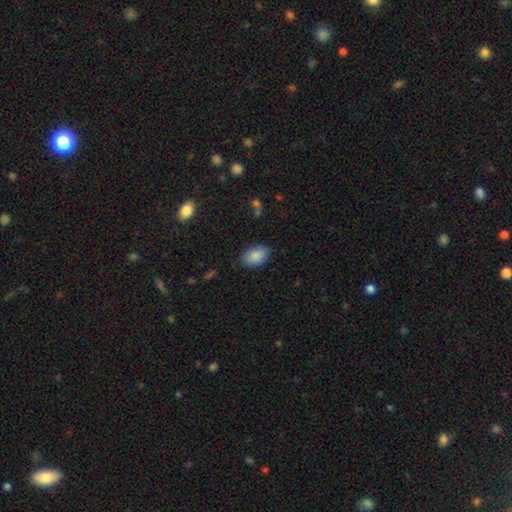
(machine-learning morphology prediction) smooth-or-featured: smooth: 87% | star or artifact: 7% | featured or disk: 6%
  how-rounded: in between: 90% | round: 9% | cigar-shaped: 1%
  merging: none: 84% | minor disturbance: 13% | major disturbance: 3% | merger: 1%